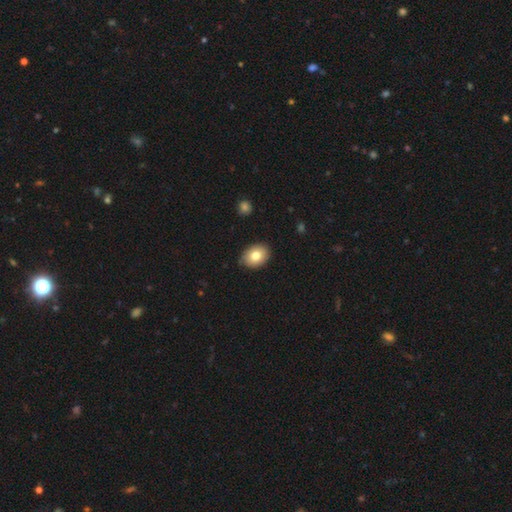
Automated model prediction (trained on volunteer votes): Overall: smooth (79%). How rounded: in between (69%; round 30%). Merging: none (83%).